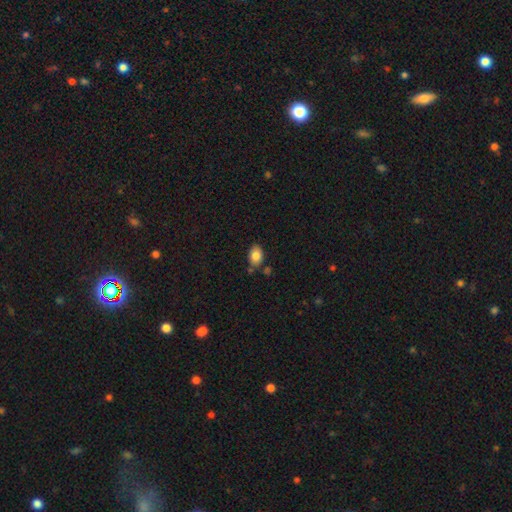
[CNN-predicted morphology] smooth 84%, featured or disk 8%, star or artifact 8%. Down the decision tree: how rounded — in between (83%); merging — none (74%).